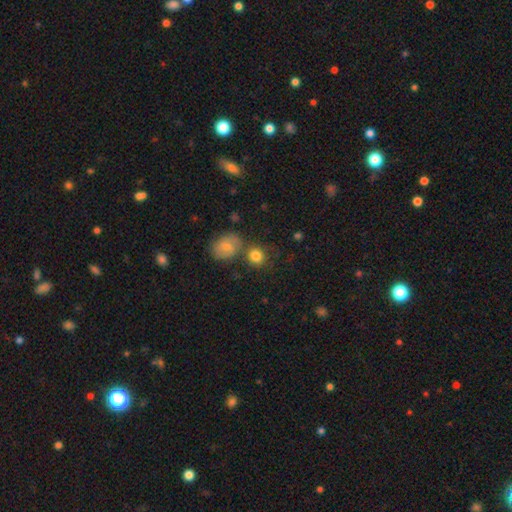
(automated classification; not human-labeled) This is clearly a smooth galaxy (82%). How rounded: clearly round (81%). Merging: likely none (63%).